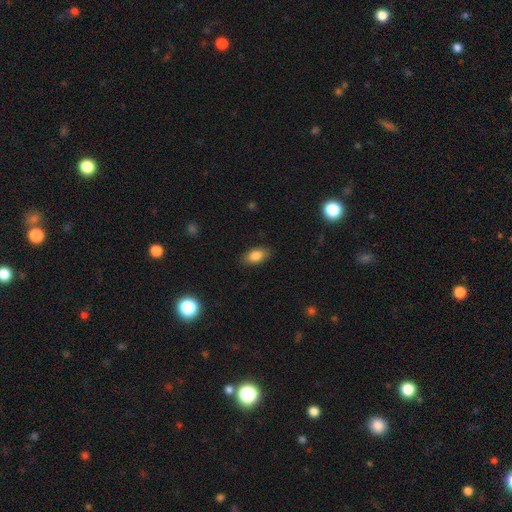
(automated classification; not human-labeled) Smooth or featured? Predicted: smooth (p=0.84). How rounded? Predicted: in between (p=0.90). Merging? Predicted: none (p=0.87).